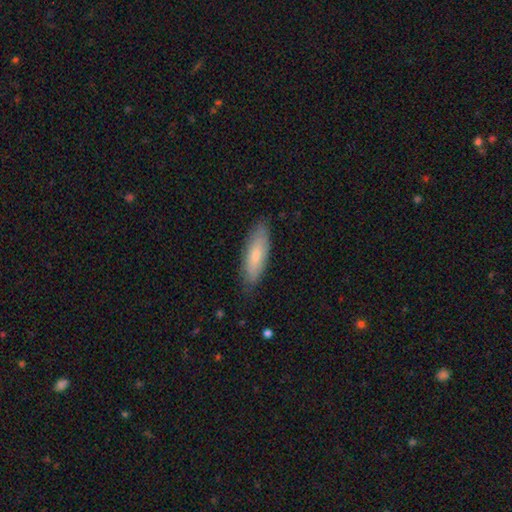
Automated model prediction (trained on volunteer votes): This appears to be a smooth galaxy with no disk features (74%) that is in between round and cigar-shaped (56%). Merging: none (81%).